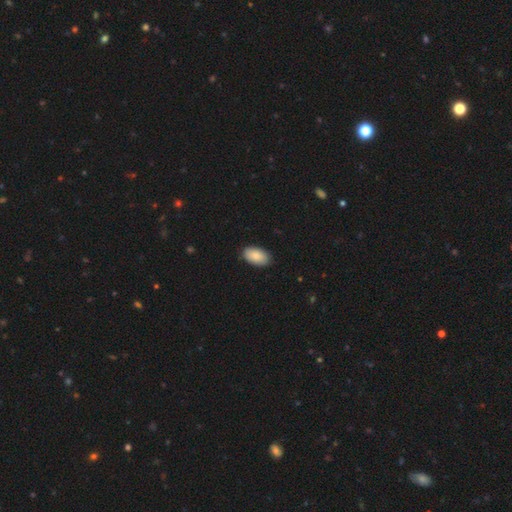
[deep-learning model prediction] Smooth or featured? smooth (88%)
How rounded? in between (95%)
Merging? none (88%)